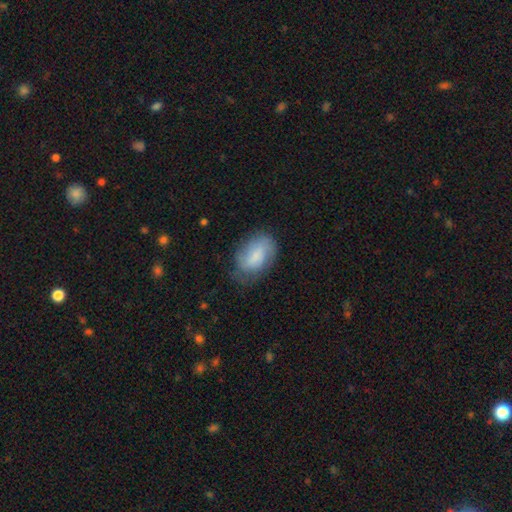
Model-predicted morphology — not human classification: type=smooth (64%); roundness=in between (87%); merging=none (62%).